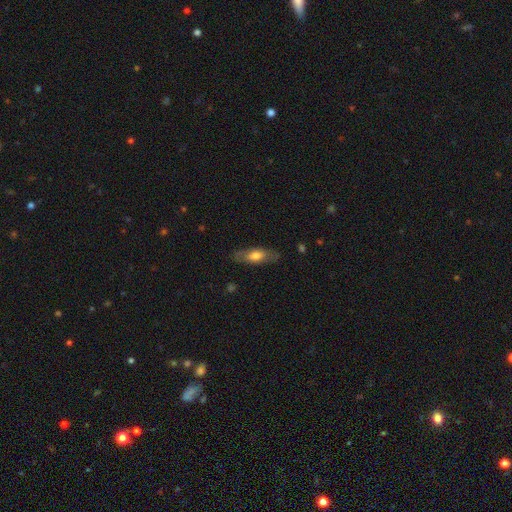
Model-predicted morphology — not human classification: Smooth or featured? smooth (60%)
How rounded? in between (66%)
Merging? none (82%)